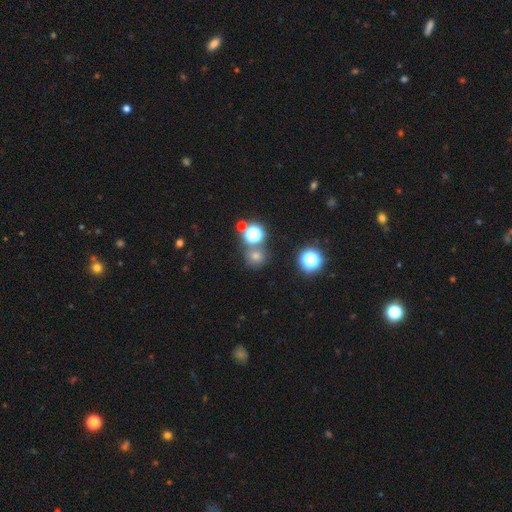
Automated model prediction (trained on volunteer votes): smooth_or_featured: smooth (p=0.55) [alt: star or artifact p=0.37]
how_rounded: round (p=0.88) [alt: in between p=0.11]
merging: none (p=0.73) [alt: merger p=0.14]